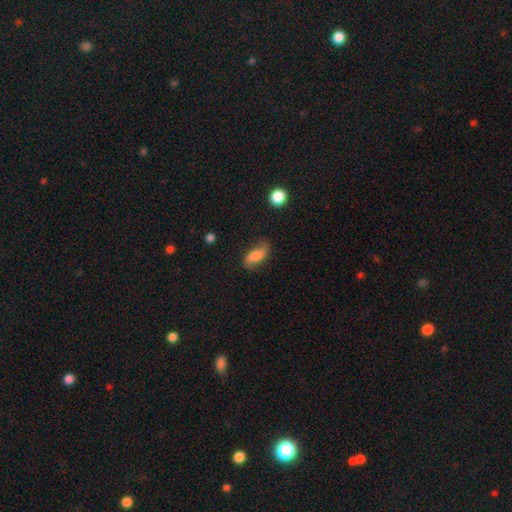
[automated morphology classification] A smooth galaxy with no disk features (69%) that is in between round and cigar-shaped (85%). Merging: none (65%).